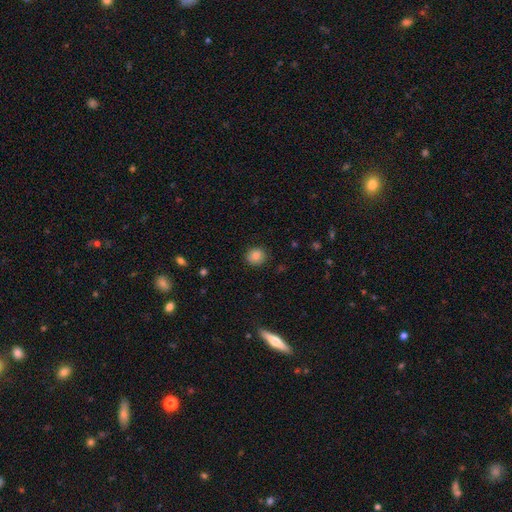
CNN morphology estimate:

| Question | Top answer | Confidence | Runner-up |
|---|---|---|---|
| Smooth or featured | smooth | 83% | star or artifact (10%) |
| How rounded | round | 87% | in between (12%) |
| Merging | none | 89% | minor disturbance (8%) |